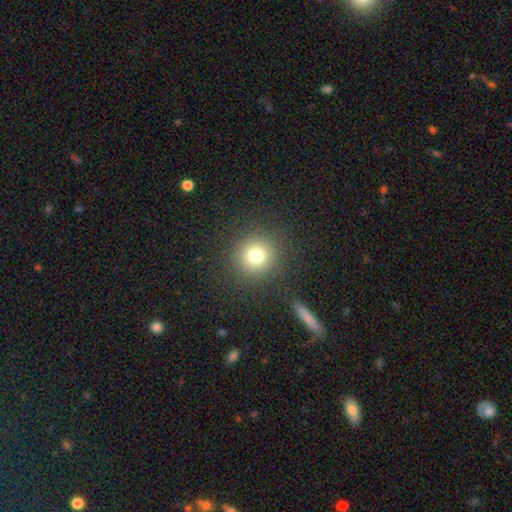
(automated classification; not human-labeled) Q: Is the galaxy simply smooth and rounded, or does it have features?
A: smooth — 75%.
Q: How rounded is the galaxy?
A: round — 93%.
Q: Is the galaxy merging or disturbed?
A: none — 89%.